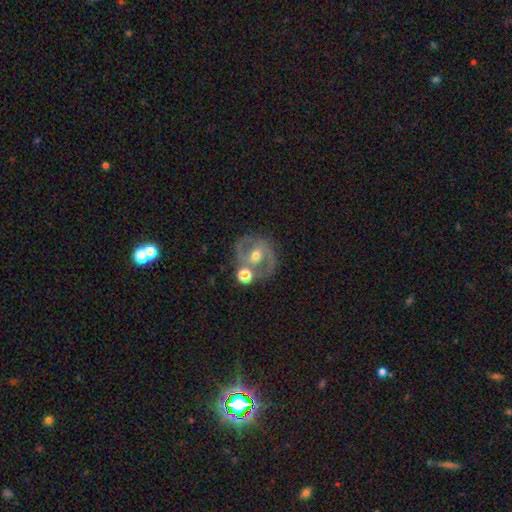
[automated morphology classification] A featured or disk galaxy (76%) with a weak bar (41%), 2 (87%) medium (55%) spiral arms (87%) and a moderate central bulge (66%).

Vote fractions:
- Smooth or featured? featured or disk: 76% / smooth: 16% / star or artifact: 8%
- Edge-on disk? no: 97% / yes: 3%
- Bar? weak: 41% / no: 34% / strong: 24%
- Spiral arms? yes: 87% / no: 13%
- Spiral winding? medium: 55% / tight: 29% / loose: 17%
- Spiral arm count? 2: 87% / can't tell: 6% / 1: 3% / 3: 2% / 4: 1% / more than 4: 1%
- Bulge size? moderate: 66% / small: 28% / large: 4% / none: 1% / dominant: 1%
- Merging? none: 69% / merger: 13% / minor disturbance: 13% / major disturbance: 5%